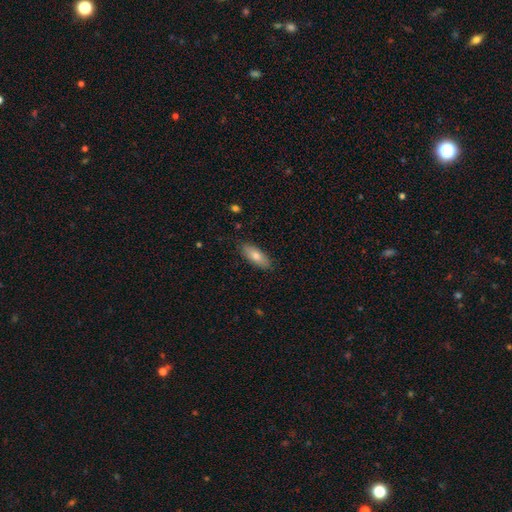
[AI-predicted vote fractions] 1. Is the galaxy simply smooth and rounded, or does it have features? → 74% smooth, 20% featured or disk, 6% star or artifact.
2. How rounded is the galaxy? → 78% in between, 20% cigar-shaped, 2% round.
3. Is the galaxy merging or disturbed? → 86% none, 11% minor disturbance, 2% major disturbance, 1% merger.